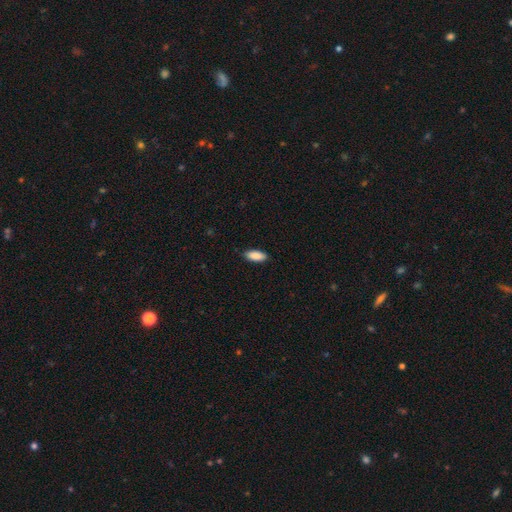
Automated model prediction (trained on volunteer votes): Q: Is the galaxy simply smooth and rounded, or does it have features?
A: smooth — 89%.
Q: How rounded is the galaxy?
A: in between — 82%.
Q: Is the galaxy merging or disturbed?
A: none — 88%.